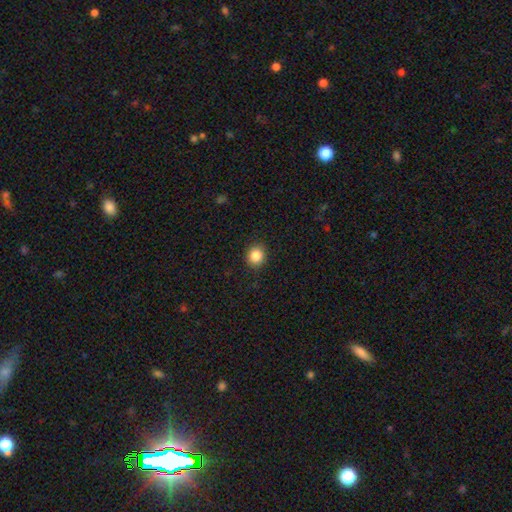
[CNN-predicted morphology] Smooth or featured?
  - smooth: 86% *
  - star or artifact: 10%
  - featured or disk: 4%
How rounded?
  - round: 80% *
  - in between: 19%
  - cigar-shaped: 1%
Merging?
  - none: 89% *
  - minor disturbance: 8%
  - major disturbance: 2%
  - merger: 1%